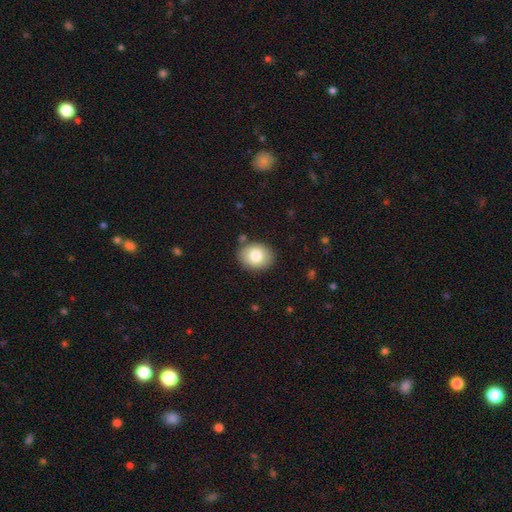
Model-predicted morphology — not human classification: This appears to be a smooth galaxy with no disk features (80%) that is round (51%). Merging: none (86%).